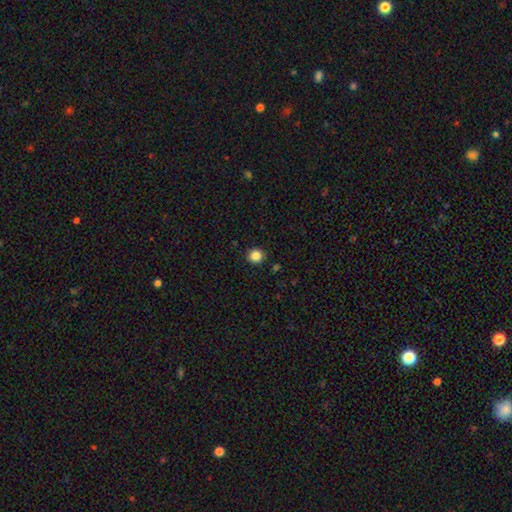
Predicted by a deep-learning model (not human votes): smooth-or-featured: smooth: 85% | star or artifact: 11% | featured or disk: 4%
  how-rounded: round: 90% | in between: 9% | cigar-shaped: 1%
  merging: none: 91% | minor disturbance: 6% | major disturbance: 2% | merger: 1%